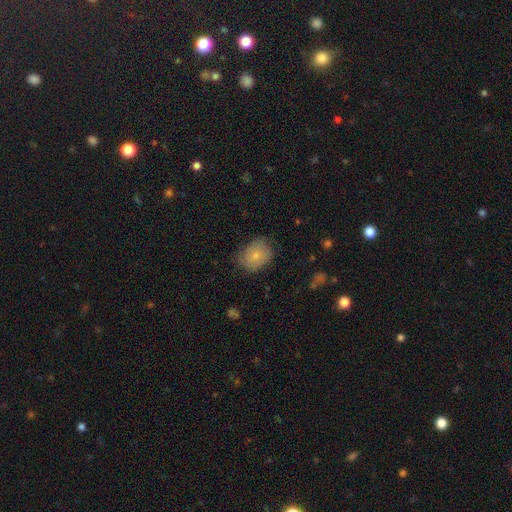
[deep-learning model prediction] Smooth or featured? smooth (75%)
How rounded? in between (60%)
Merging? none (68%)